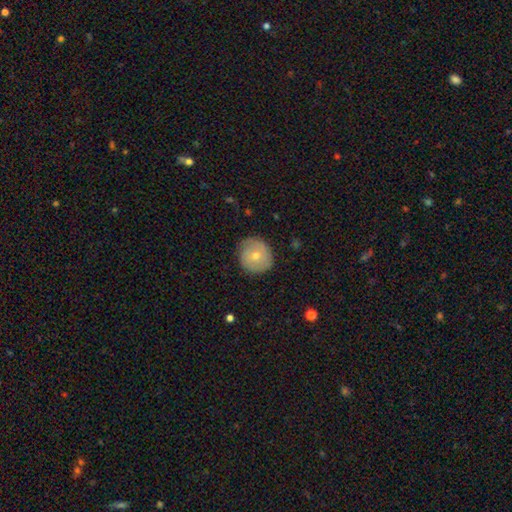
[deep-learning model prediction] This appears to be a smooth galaxy with no disk features (60%) that is round (92%). Merging: none (80%).